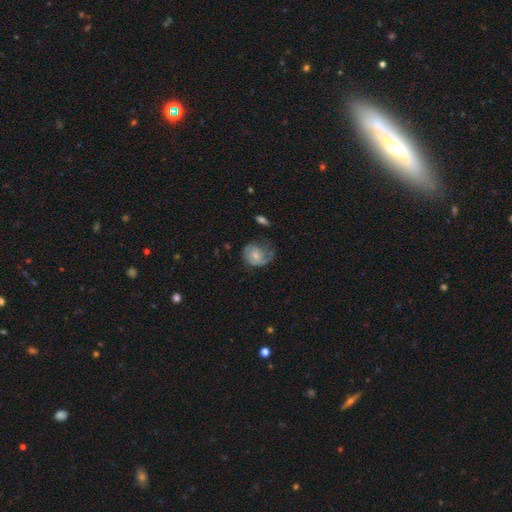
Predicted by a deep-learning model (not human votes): The model was most divided on "spiral winding": tight: 45%, medium: 36%, loose: 19%. Remaining: edge-on disk — no (97%); spiral arms — yes (85%); bar — no (74%); smooth or featured — featured or disk (66%); bulge size — small (54%); merging — none (48%); spiral arm count — 2 (45%).